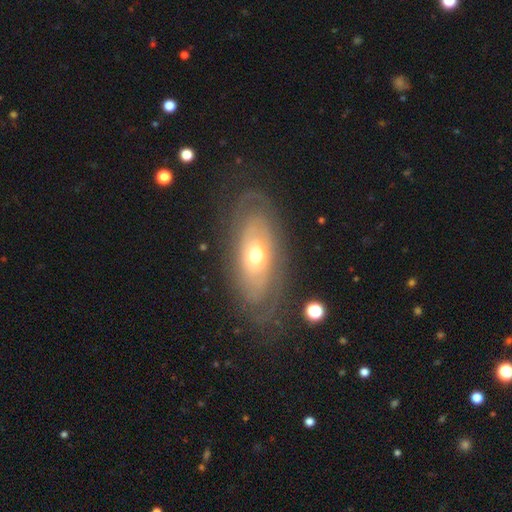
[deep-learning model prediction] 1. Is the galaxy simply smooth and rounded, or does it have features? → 70% featured or disk, 23% smooth, 7% star or artifact.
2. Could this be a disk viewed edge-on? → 86% no, 14% yes.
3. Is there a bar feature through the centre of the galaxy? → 84% no, 12% weak, 4% strong.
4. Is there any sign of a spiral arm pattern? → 65% yes, 35% no.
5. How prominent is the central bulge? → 63% moderate, 28% small, 7% large, 1% dominant, 1% none.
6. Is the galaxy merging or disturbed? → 73% none, 16% minor disturbance, 9% major disturbance, 2% merger.